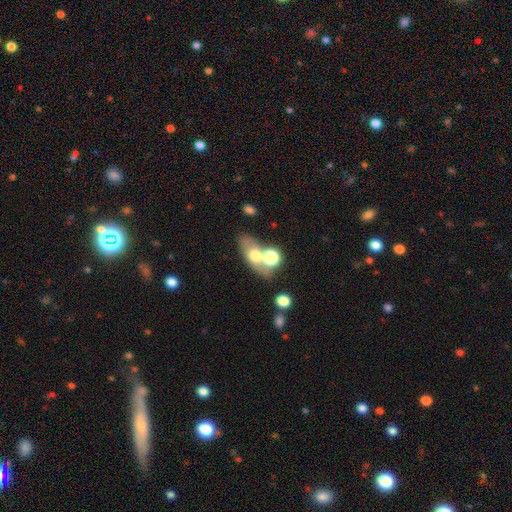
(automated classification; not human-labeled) Smooth or featured? smooth (59%)
How rounded? in between (70%)
Merging? none (48%)